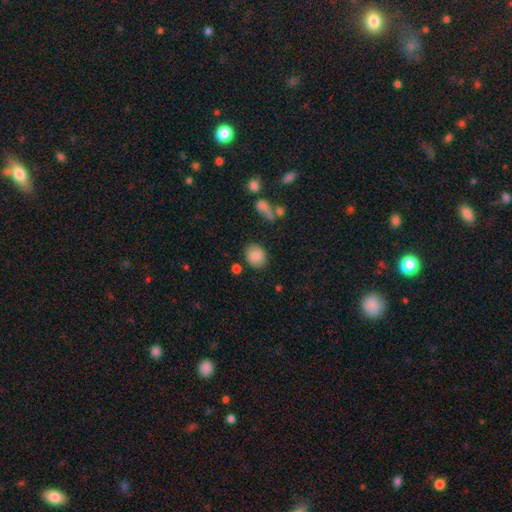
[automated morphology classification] Smooth or featured: smooth — 83% (star or artifact — 9%)
How rounded: round — 70% (in between — 29%)
Merging: none — 81% (minor disturbance — 11%)